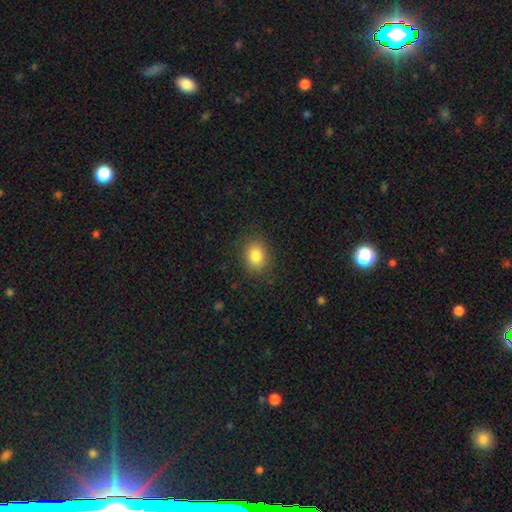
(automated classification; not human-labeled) The model was most divided on "how rounded": in between: 54%, round: 45%, cigar-shaped: 1%. More confident: merging — none (86%); smooth or featured — smooth (84%).